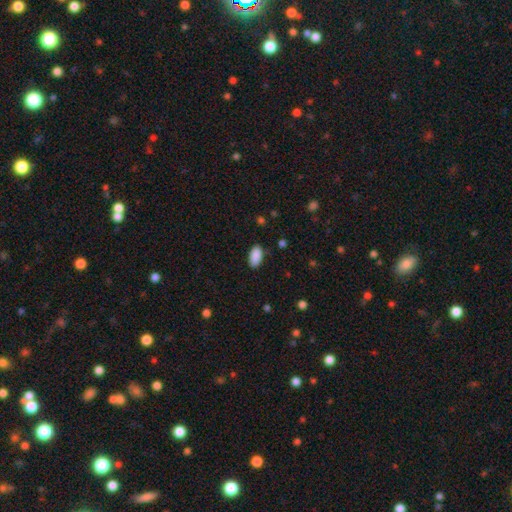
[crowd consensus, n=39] Smooth or featured?
  - smooth: 92% *
  - featured or disk: 5%
  - star or artifact: 3%
How rounded?
  - in between: 97% *
  - cigar-shaped: 3%
  - round: 0%
Merging?
  - none: 87% *
  - minor disturbance: 5%
  - merger: 5%
  - major disturbance: 3%